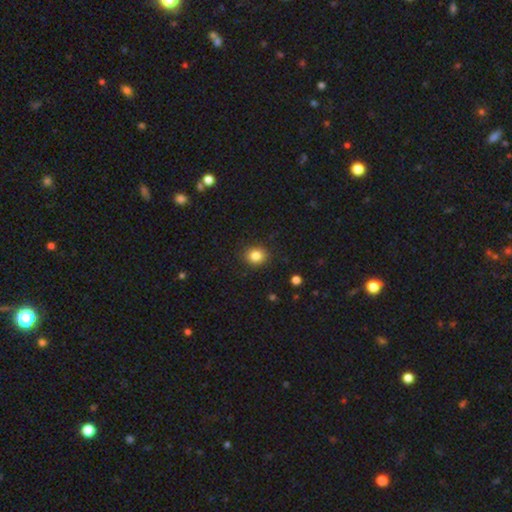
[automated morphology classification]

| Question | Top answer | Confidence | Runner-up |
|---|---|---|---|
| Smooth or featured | smooth | 84% | star or artifact (11%) |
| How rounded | round | 76% | in between (23%) |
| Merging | none | 90% | minor disturbance (7%) |